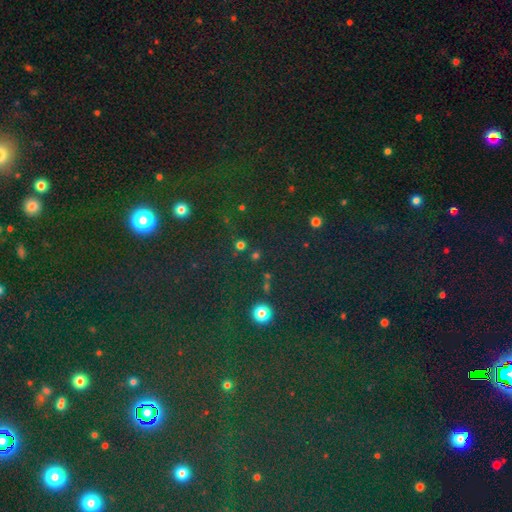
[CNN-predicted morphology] A star or artifact, not a galaxy (57%).